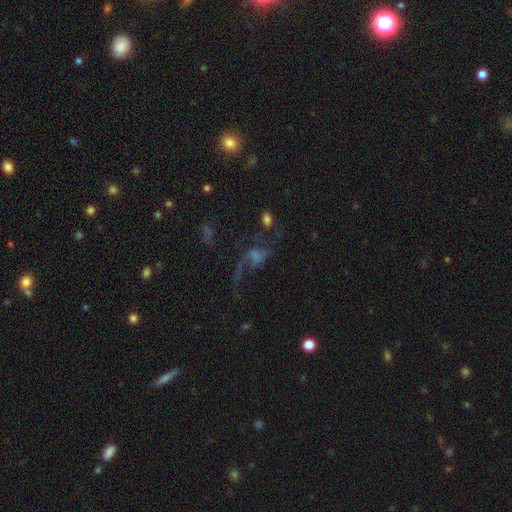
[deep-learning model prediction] Smooth or featured? Predicted: featured or disk (p=0.58). Edge-on disk? Predicted: no (p=0.95). Bar? Predicted: no (p=0.64). Spiral arms? Predicted: yes (p=0.76). Bulge size? Predicted: none (p=0.39). Merging? Predicted: none (p=0.40).